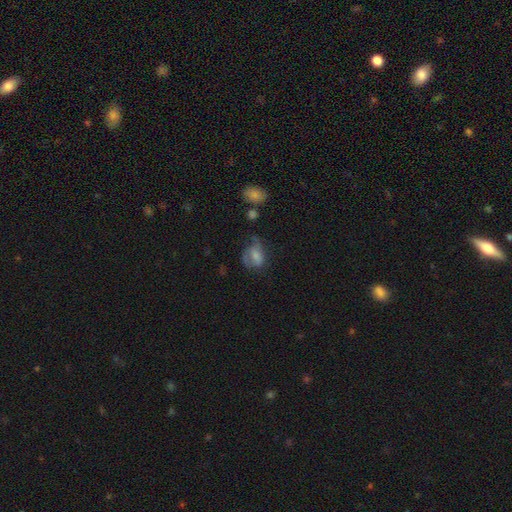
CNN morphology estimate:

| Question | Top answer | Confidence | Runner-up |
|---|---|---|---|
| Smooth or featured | smooth | 58% | featured or disk (32%) |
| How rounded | in between | 63% | round (36%) |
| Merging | major disturbance | 38% | none (29%) |